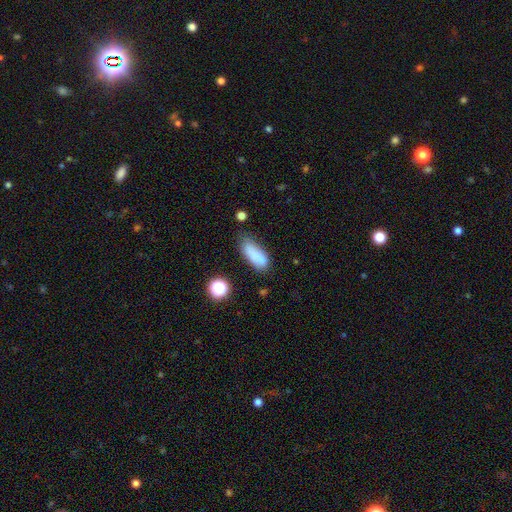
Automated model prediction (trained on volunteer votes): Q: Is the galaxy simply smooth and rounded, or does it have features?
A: smooth — 80%.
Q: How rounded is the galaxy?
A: in between — 73%.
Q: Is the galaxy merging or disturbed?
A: none — 54%.